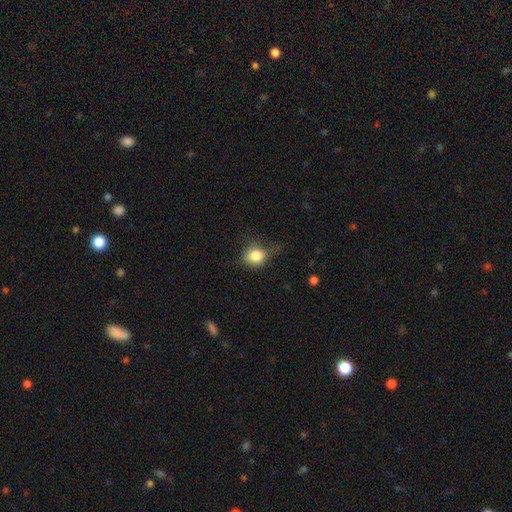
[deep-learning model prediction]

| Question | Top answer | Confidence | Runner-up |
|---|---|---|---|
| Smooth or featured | smooth | 80% | star or artifact (10%) |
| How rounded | round | 72% | in between (26%) |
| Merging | none | 52% | minor disturbance (32%) |